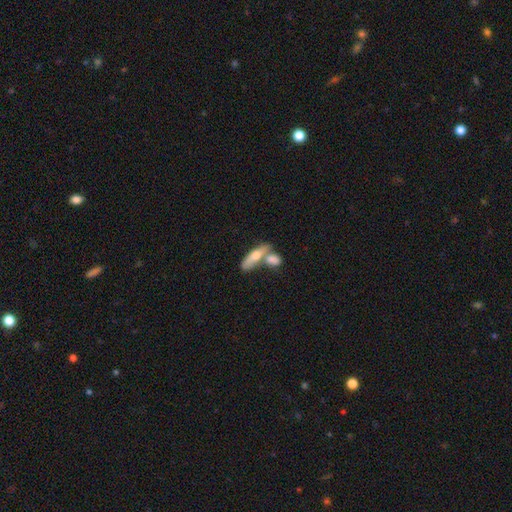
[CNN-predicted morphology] This appears to be a smooth galaxy with no disk features (61%) that is in between round and cigar-shaped (48%). Merging: merger (48%).